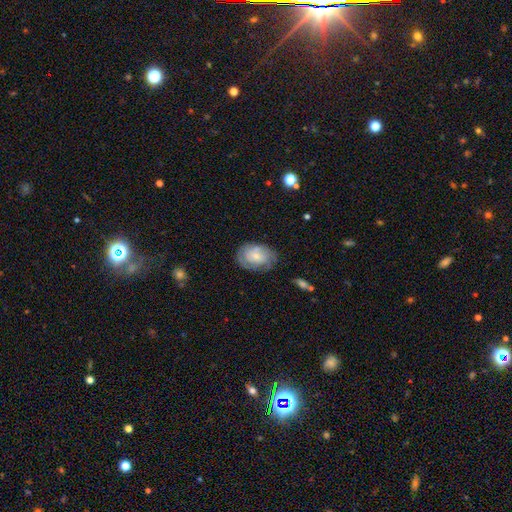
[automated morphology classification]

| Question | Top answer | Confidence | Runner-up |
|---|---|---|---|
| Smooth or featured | smooth | 48% | featured or disk (44%) |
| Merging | none | 68% | minor disturbance (22%) |